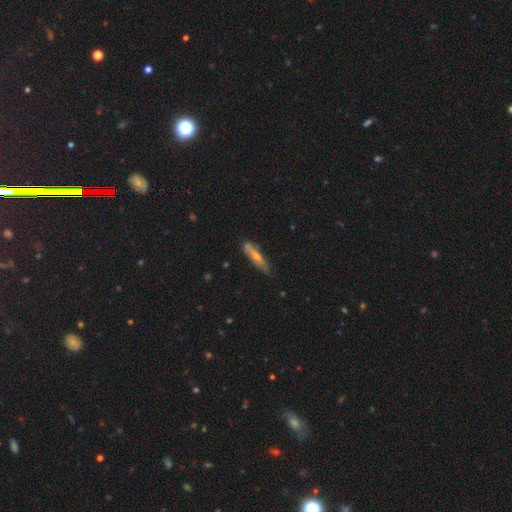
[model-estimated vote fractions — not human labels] Smooth or featured: featured or disk — 50% (smooth — 42%)
Merging: none — 78% (minor disturbance — 17%)